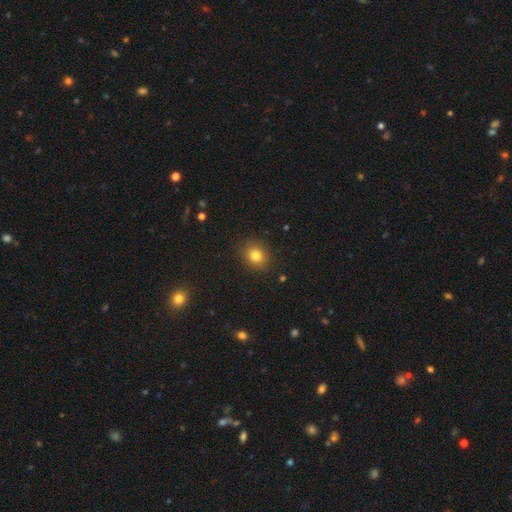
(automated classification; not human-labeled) A smooth galaxy with no disk features (80%) that is round (71%). Merging: none (89%).